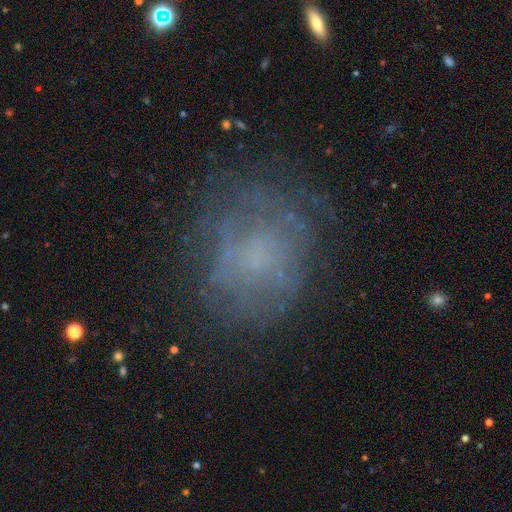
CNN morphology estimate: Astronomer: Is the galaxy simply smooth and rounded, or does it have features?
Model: featured or disk — 48% (runner-up: smooth, 35%).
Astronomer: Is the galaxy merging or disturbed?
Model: none — 66%.